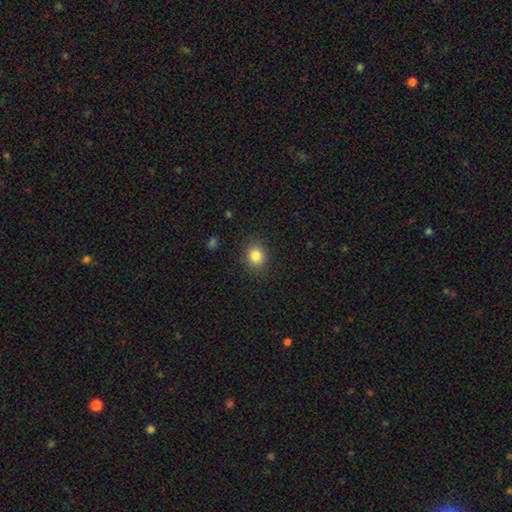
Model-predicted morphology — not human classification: The model was most divided on "how rounded": round: 76%, in between: 23%, cigar-shaped: 1%. More confident: merging — none (88%); smooth or featured — smooth (84%).